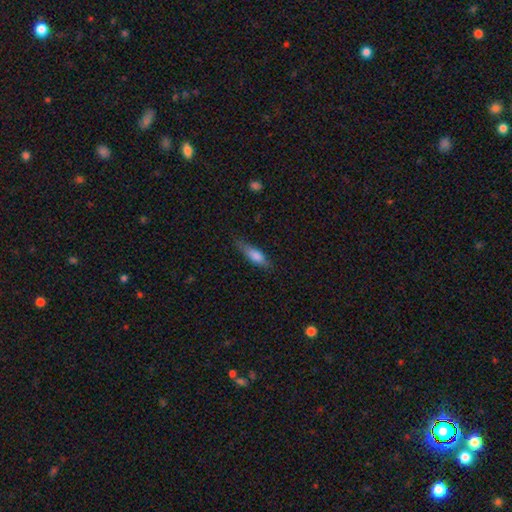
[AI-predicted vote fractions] Morphology: type=smooth (76%); roundness=cigar-shaped (50%); merging=none (67%).